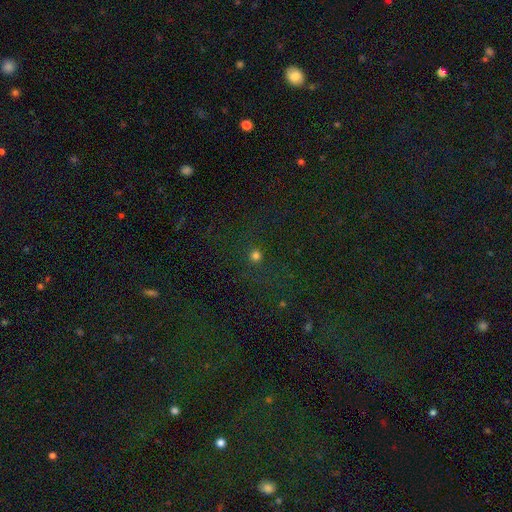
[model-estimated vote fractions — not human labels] Morphology: type=smooth (74%); roundness=round (94%); merging=none (87%).